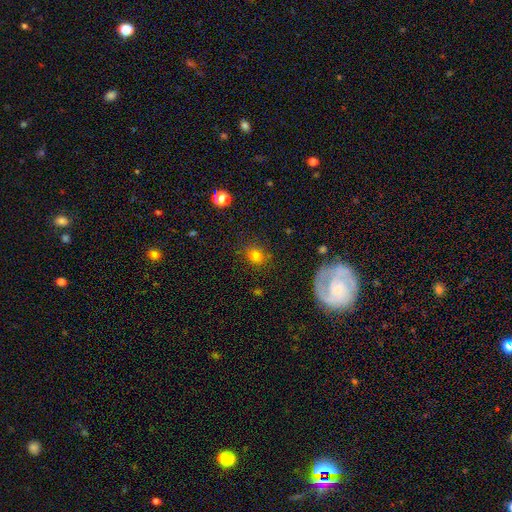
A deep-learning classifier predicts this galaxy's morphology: smooth_or_featured: smooth (p=0.76) [alt: star or artifact p=0.16]
how_rounded: round (p=0.63) [alt: in between p=0.35]
merging: none (p=0.81) [alt: minor disturbance p=0.12]